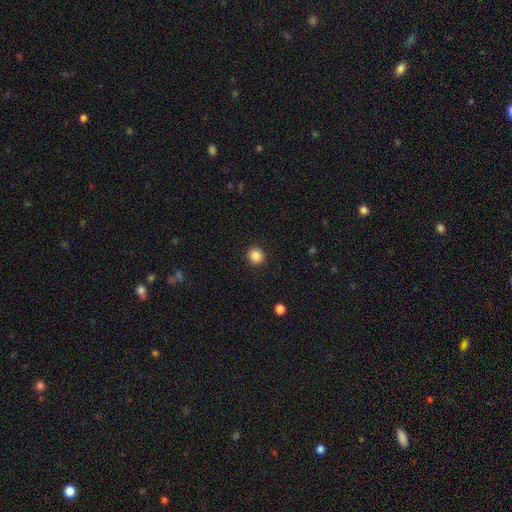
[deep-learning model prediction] Smooth or featured? Predicted: smooth (p=0.86). How rounded? Predicted: round (p=0.92). Merging? Predicted: none (p=0.92).